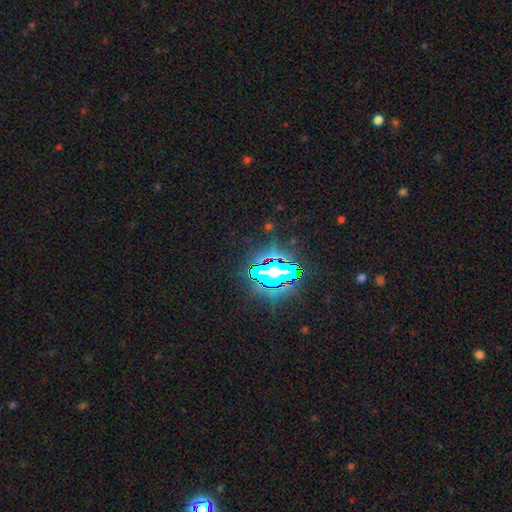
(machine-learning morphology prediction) A star or artifact, not a galaxy (78%).